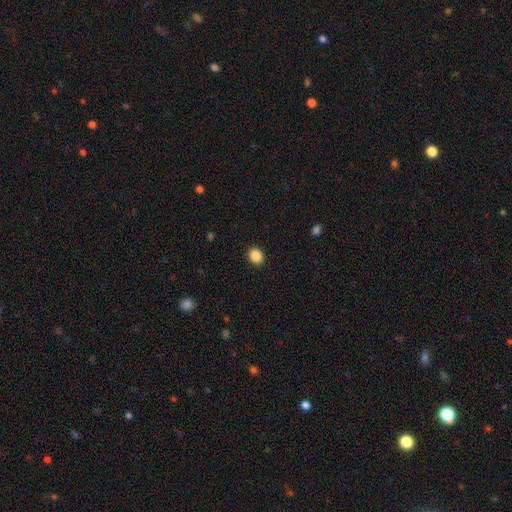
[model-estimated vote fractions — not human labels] Overall: smooth (89%). How rounded: round (60%; in between 40%). Merging: none (91%).